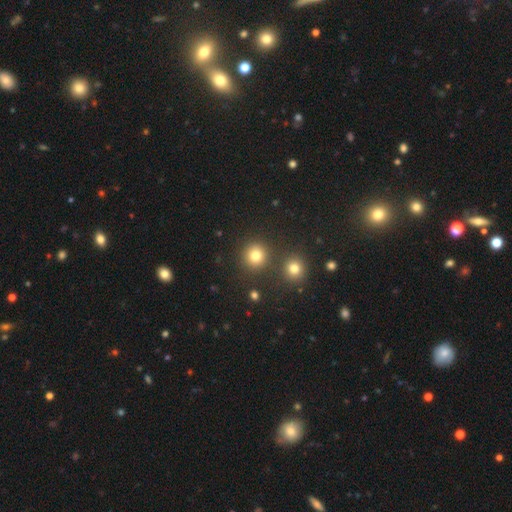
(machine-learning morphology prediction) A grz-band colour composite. It shows a smooth galaxy with no disk features (80%) that is round (92%). Merging: none (84%).